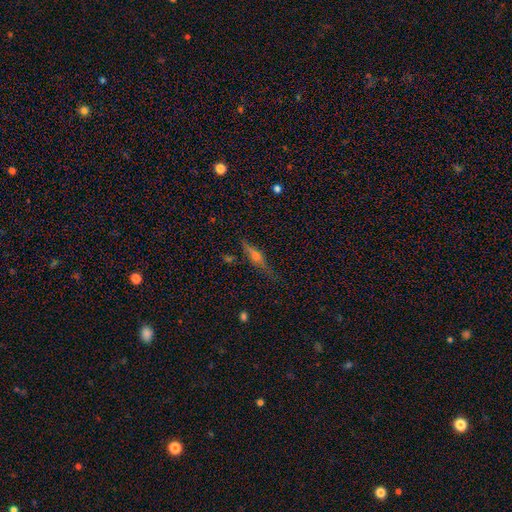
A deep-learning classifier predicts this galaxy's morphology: This is likely a featured or disk galaxy (64%). It is clearly viewed edge-on (94%). Edge-on bulge: clearly rounded (89%). Merging: clearly none (81%).